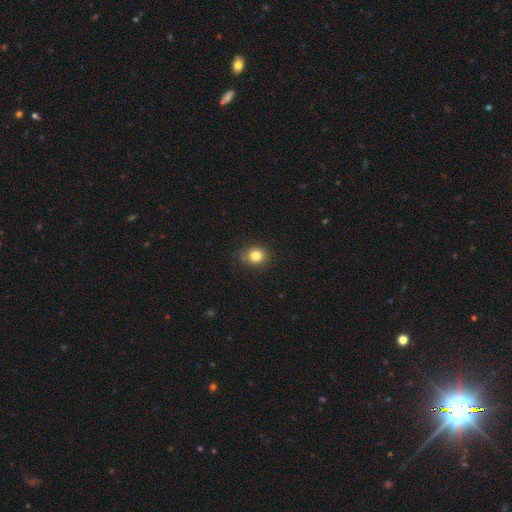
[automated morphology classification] smooth 83%, star or artifact 11%, featured or disk 6%. Down the decision tree: how rounded — round (76%); merging — none (82%).